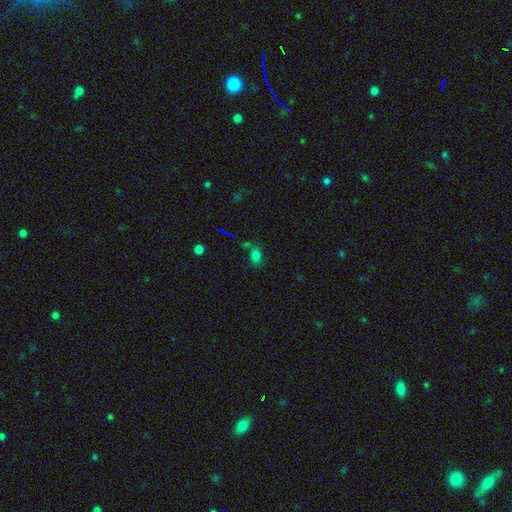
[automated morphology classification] Smooth or featured? Predicted: smooth (p=0.71). How rounded? Predicted: in between (p=0.76). Merging? Predicted: none (p=0.45).